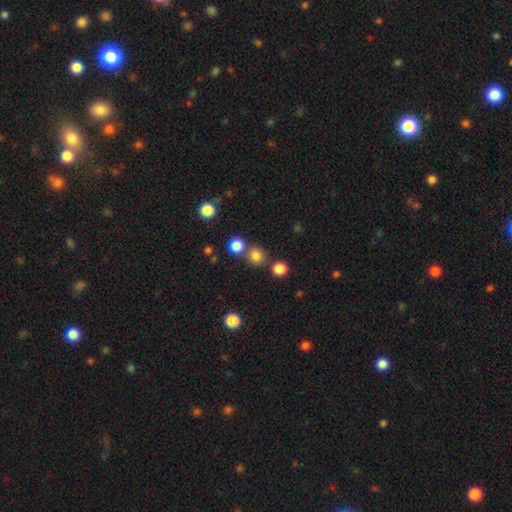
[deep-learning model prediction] This is likely a smooth galaxy (79%). How rounded: clearly round (91%). Merging: likely none (72%).